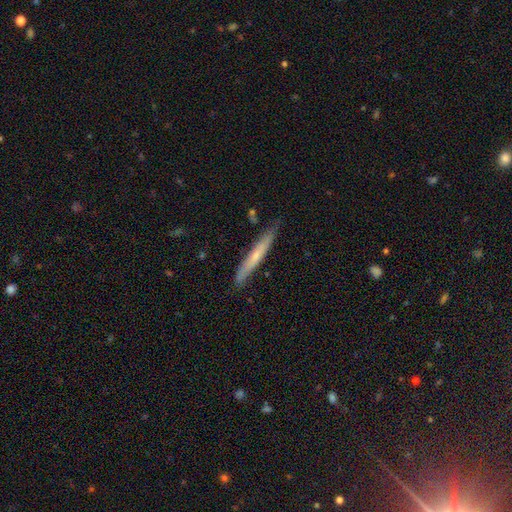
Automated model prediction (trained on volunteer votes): Overall: smooth (50%; featured or disk 44%). How rounded: cigar-shaped (96%). Merging: none (81%).